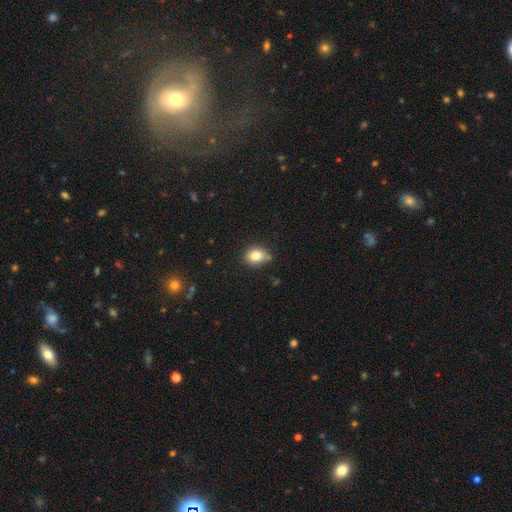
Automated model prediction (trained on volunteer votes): Overall: smooth (80%). How rounded: in between (60%; round 39%). Merging: none (72%).